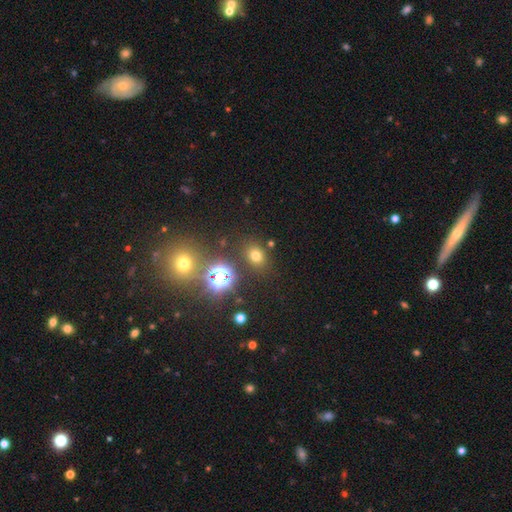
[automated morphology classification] A smooth galaxy with no disk features (66%) that is round (50%). Merging: none (82%).